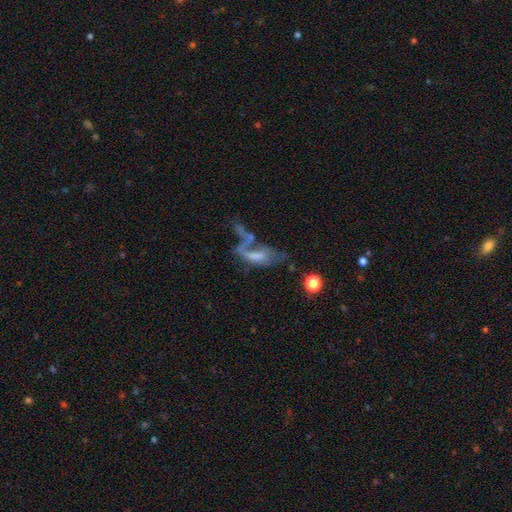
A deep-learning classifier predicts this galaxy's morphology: Smooth or featured?
  - featured or disk: 46% *
  - smooth: 40%
  - star or artifact: 14%
Merging?
  - merger: 35% *
  - major disturbance: 32%
  - none: 20%
  - minor disturbance: 13%